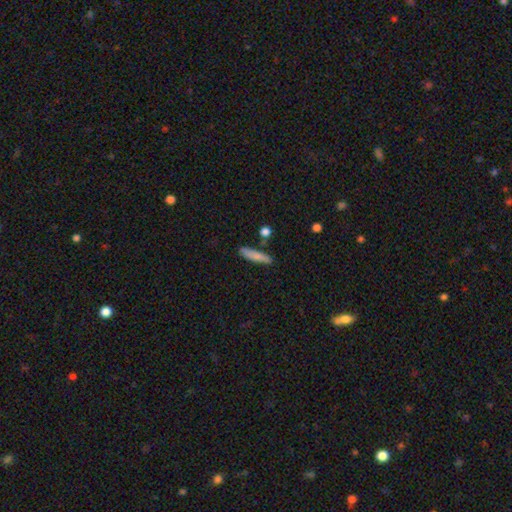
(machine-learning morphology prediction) Smooth or featured: smooth — 80% (featured or disk — 14%)
How rounded: cigar-shaped — 85% (in between — 13%)
Merging: none — 81% (minor disturbance — 12%)